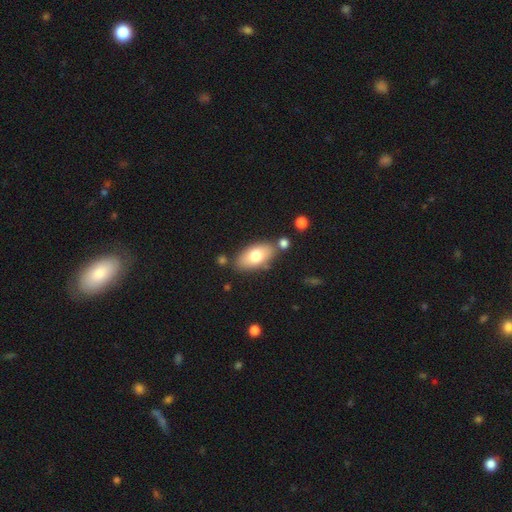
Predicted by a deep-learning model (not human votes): The model was most divided on "smooth or featured": smooth: 74%, featured or disk: 20%, star or artifact: 7%. More confident: how rounded — in between (92%); merging — none (76%).